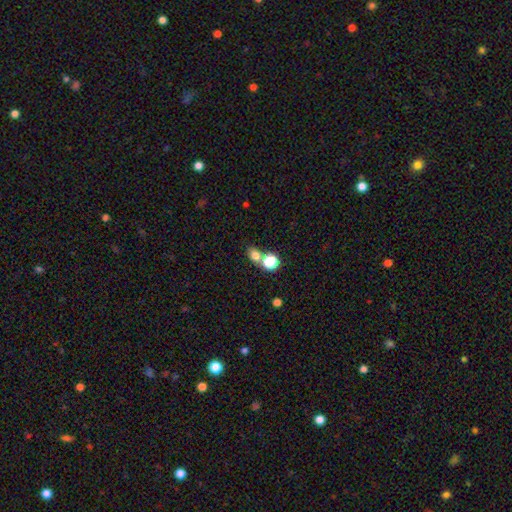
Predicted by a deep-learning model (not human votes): Smooth or featured?
  - smooth: 71% *
  - star or artifact: 20%
  - featured or disk: 8%
How rounded?
  - round: 55% *
  - in between: 43%
  - cigar-shaped: 1%
Merging?
  - none: 57% *
  - merger: 30%
  - minor disturbance: 9%
  - major disturbance: 4%